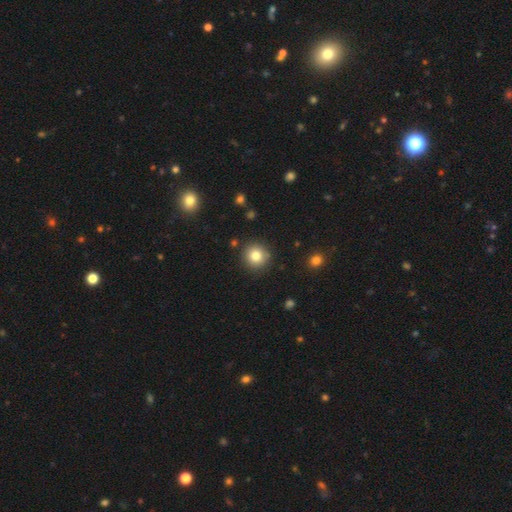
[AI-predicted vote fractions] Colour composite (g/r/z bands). It shows a smooth galaxy with no disk features (80%) that is round (92%). Merging: none (88%).